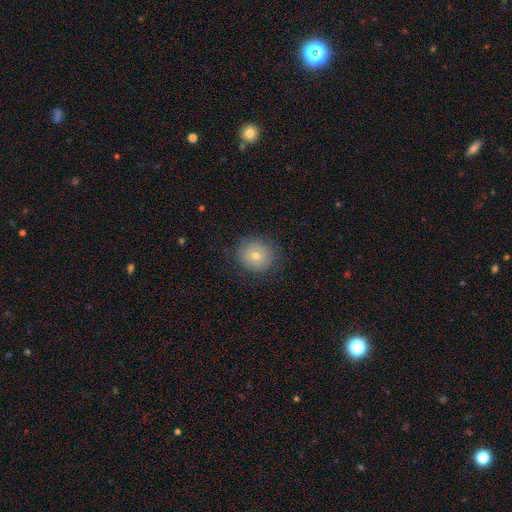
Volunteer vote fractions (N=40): A smooth galaxy with no disk features (68%) that is round (85%). Merging: none (97%).